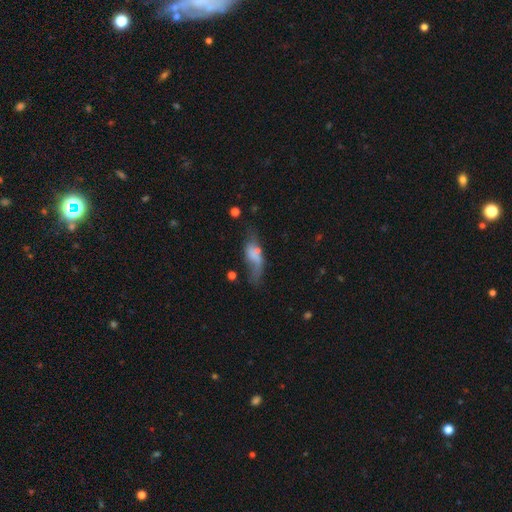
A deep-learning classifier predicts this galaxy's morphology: smooth 50%, featured or disk 39%, star or artifact 11%. Down the decision tree: how rounded — in between (65%); merging — none (36%).